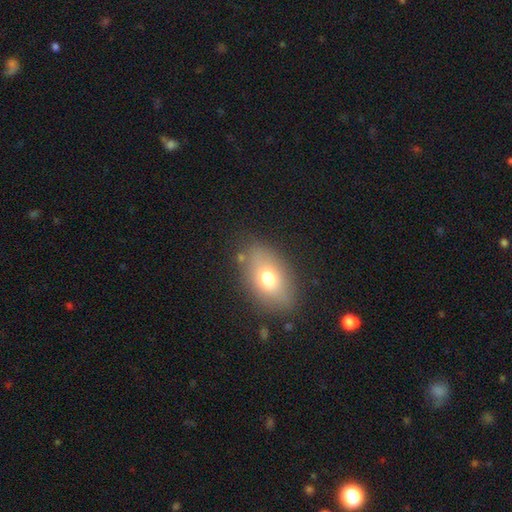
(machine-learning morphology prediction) Smooth or featured? smooth (68%)
How rounded? in between (85%)
Merging? none (81%)